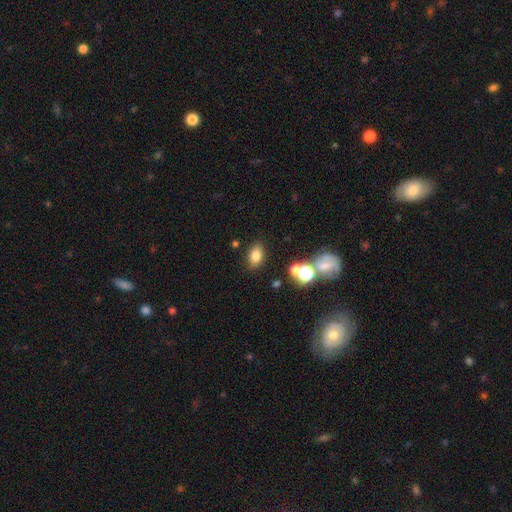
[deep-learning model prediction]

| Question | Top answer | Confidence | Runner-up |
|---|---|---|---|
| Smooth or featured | smooth | 76% | star or artifact (14%) |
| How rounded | in between | 81% | round (17%) |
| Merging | none | 82% | minor disturbance (10%) |